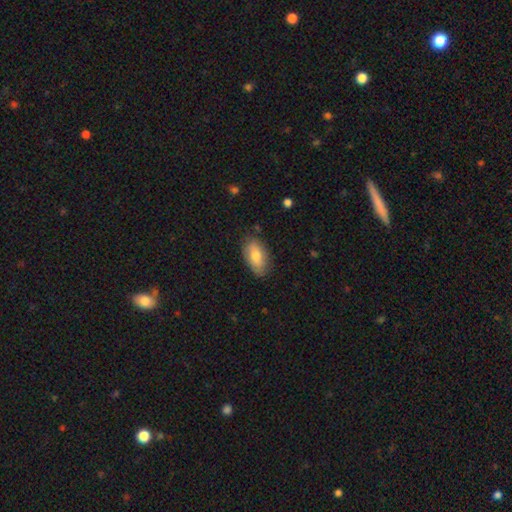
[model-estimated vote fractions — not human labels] Overall: smooth (74%). How rounded: in between (91%). Merging: none (82%).